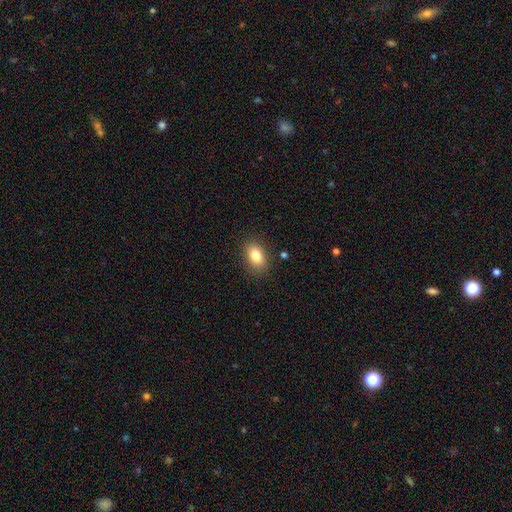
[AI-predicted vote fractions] smooth 83%, star or artifact 9%, featured or disk 8%. Down the decision tree: how rounded — in between (82%); merging — none (86%).